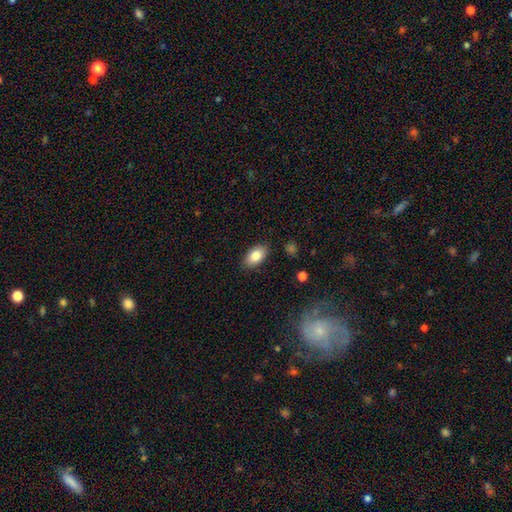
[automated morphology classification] smooth_or_featured: smooth (p=0.82) [alt: featured or disk p=0.11]
how_rounded: in between (p=0.92) [alt: round p=0.05]
merging: none (p=0.87) [alt: minor disturbance p=0.10]